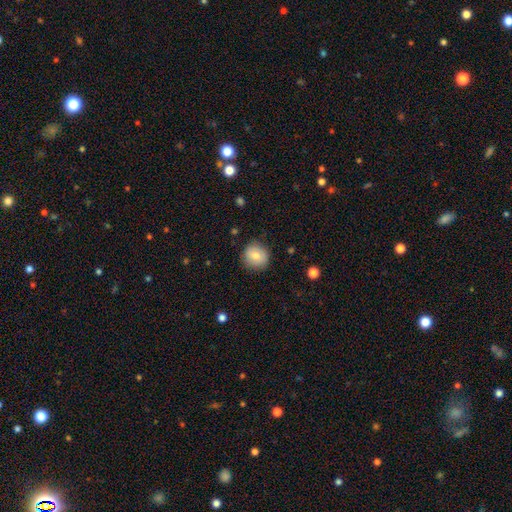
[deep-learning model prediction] Overall: smooth (79%). How rounded: round (88%). Merging: none (85%).